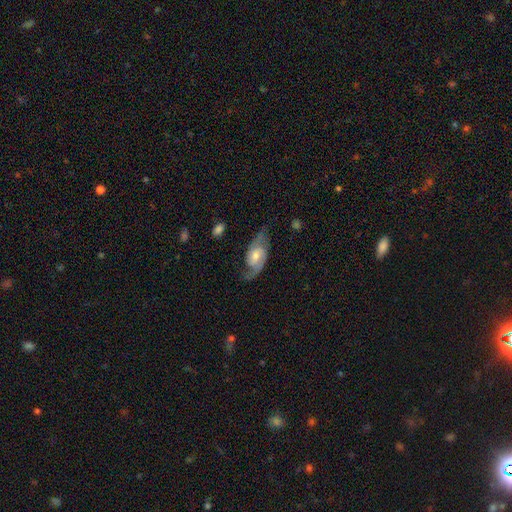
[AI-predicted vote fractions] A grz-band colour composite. It shows a featured or disk galaxy (81%) with no bar (51%), 2 (86%) medium (48%) spiral arms (95%) and a moderate central bulge (47%). Merging: none (67%).